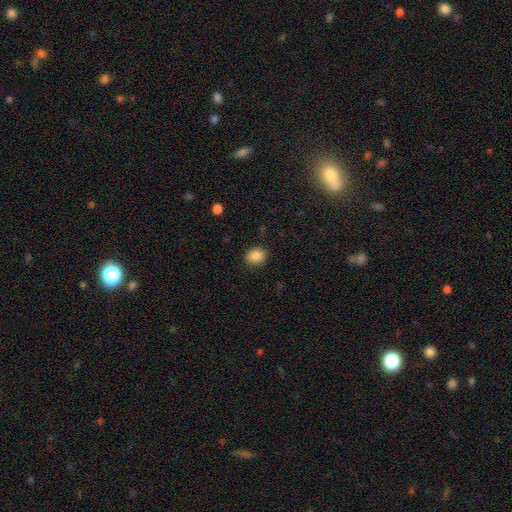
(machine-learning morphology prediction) A smooth galaxy with no disk features (86%) that is round (65%).

Vote fractions:
- Smooth or featured? smooth: 86% / star or artifact: 9% / featured or disk: 5%
- How rounded? round: 65% / in between: 34% / cigar-shaped: 1%
- Merging? none: 87% / minor disturbance: 9% / major disturbance: 2% / merger: 1%